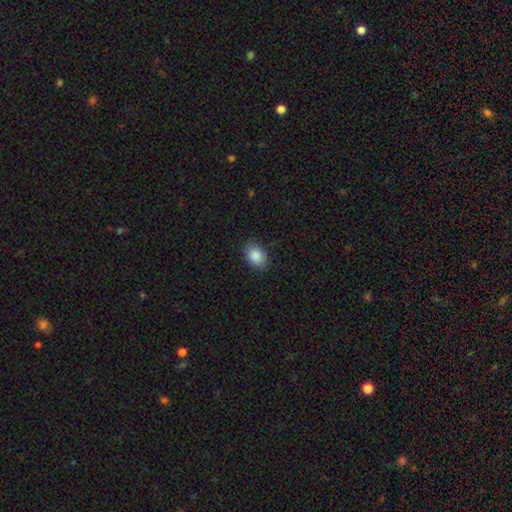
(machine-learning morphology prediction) The model was most divided on "how rounded": in between: 68%, round: 31%, cigar-shaped: 1%. More confident: smooth or featured — smooth (88%); merging — none (85%).